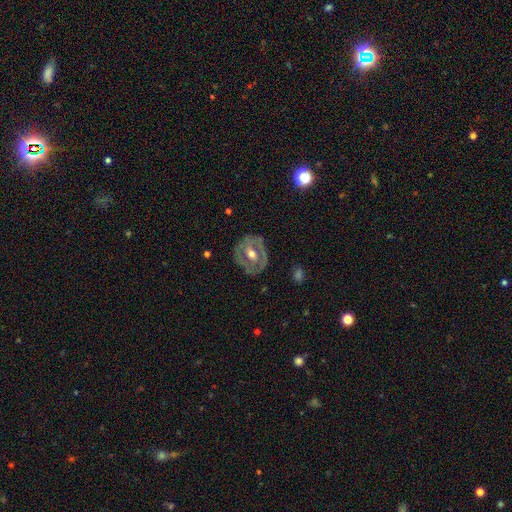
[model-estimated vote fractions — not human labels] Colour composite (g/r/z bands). It shows a featured or disk galaxy (70%) with no bar (50%), no spiral arms (65%) and a moderate central bulge (75%). Merging: none (80%).